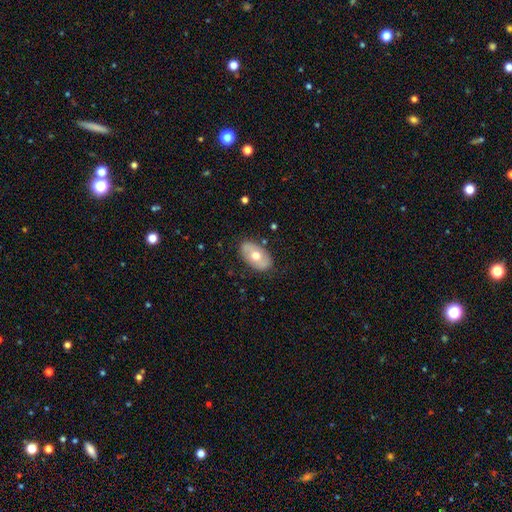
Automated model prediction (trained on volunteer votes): Morphology: type=smooth (56%); roundness=in between (91%); merging=none (82%).